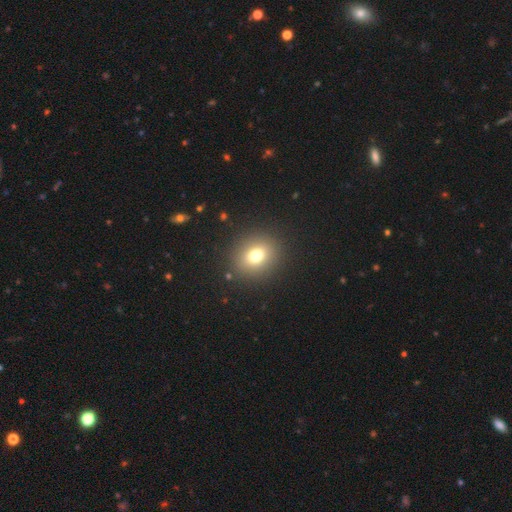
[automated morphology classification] This appears to be a smooth galaxy with no disk features (74%) that is round (73%). Merging: none (88%).